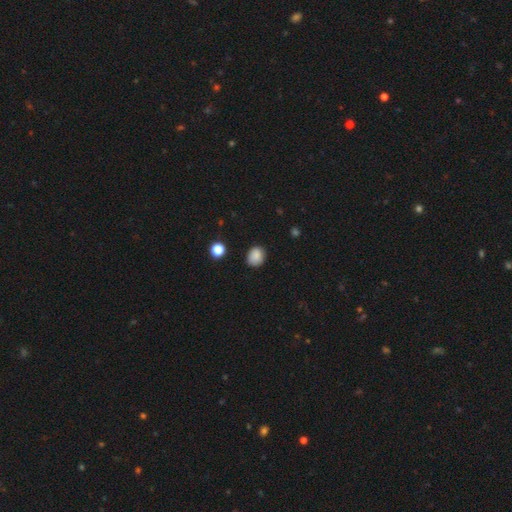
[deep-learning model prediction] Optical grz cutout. It shows a smooth galaxy with no disk features (87%) that is round (60%). Merging: none (82%).